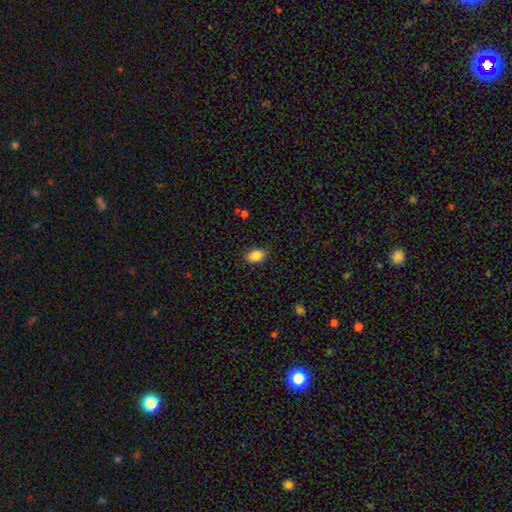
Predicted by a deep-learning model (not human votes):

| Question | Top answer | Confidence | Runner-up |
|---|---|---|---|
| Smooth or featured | smooth | 87% | star or artifact (9%) |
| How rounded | in between | 81% | round (18%) |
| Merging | none | 85% | minor disturbance (11%) |